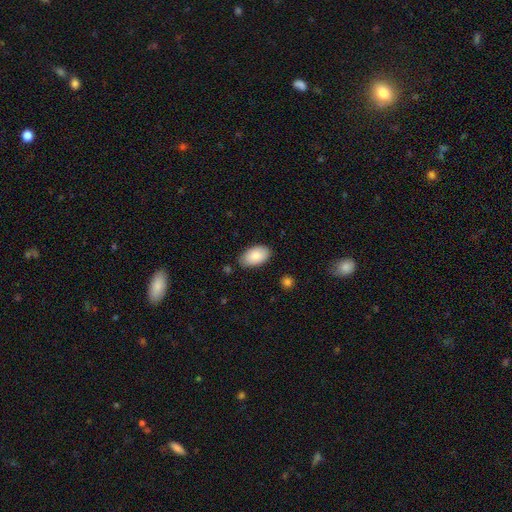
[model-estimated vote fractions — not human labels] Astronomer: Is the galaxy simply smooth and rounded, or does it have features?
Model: smooth — 85%.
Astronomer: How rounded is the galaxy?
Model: in between — 95%.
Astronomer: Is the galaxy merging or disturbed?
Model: none — 81%.